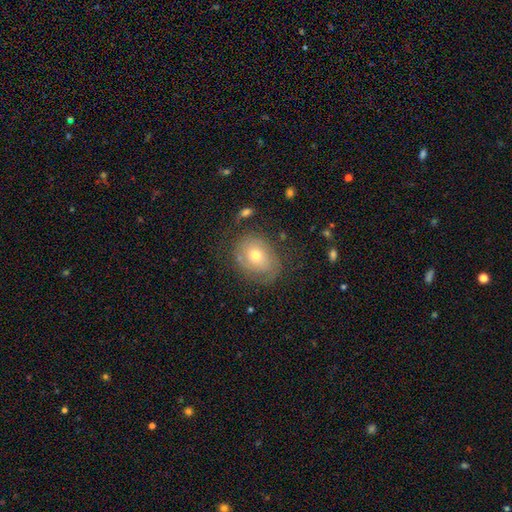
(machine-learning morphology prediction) smooth-or-featured: featured or disk: 48% | smooth: 42% | star or artifact: 9%
  merging: none: 67% | minor disturbance: 20% | major disturbance: 11% | merger: 2%